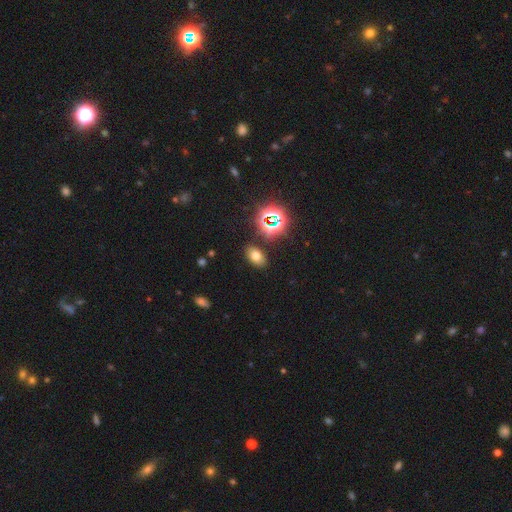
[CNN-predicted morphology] This appears to be a smooth galaxy with no disk features (65%) that is in between round and cigar-shaped (85%). Merging: none (85%).